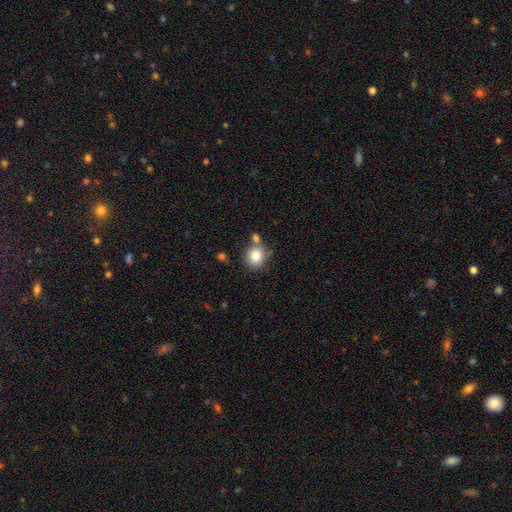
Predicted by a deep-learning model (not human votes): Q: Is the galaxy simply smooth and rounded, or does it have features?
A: smooth — 82%.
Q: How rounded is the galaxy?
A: round — 84%.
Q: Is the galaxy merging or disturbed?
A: none — 68%.